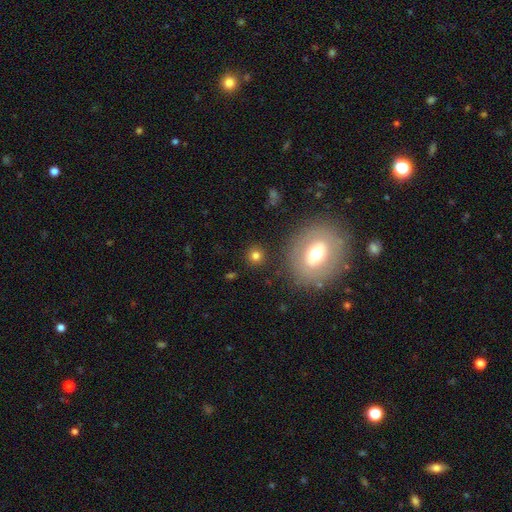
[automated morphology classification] A smooth galaxy with no disk features (77%) that is round (89%). Merging: none (87%).